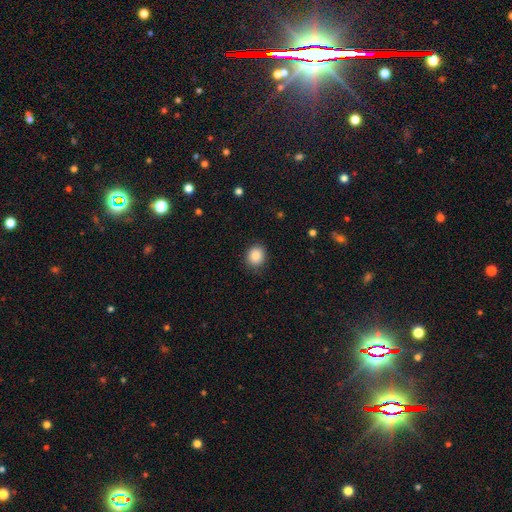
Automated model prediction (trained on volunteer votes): This is clearly a smooth galaxy (86%). How rounded: likely round (72%). Merging: clearly none (87%).